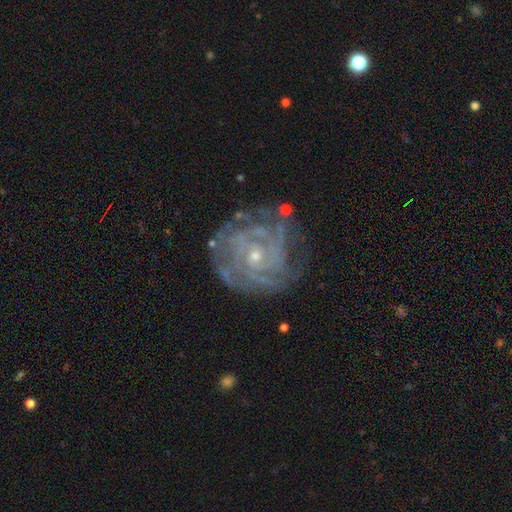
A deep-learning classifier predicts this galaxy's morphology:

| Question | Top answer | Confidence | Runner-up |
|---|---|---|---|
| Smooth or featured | featured or disk | 86% | smooth (7%) |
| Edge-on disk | no | 97% | yes (3%) |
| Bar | no | 74% | weak (21%) |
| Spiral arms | yes | 93% | no (7%) |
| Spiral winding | tight | 73% | medium (22%) |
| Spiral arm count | can't tell | 35% | 3 (19%) |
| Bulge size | small | 68% | moderate (29%) |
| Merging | none | 67% | minor disturbance (20%) |